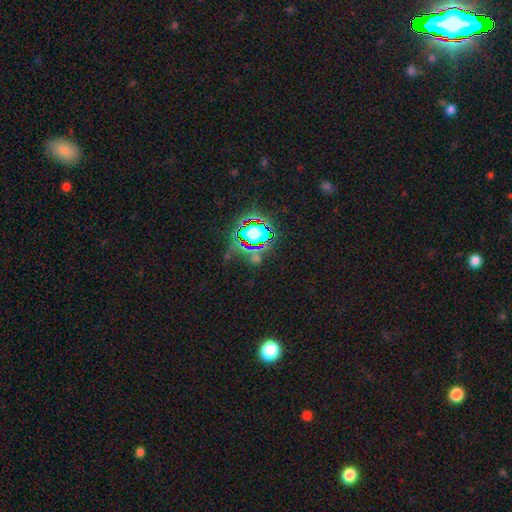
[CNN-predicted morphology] Smooth or featured: star or artifact — 72% (smooth — 18%)